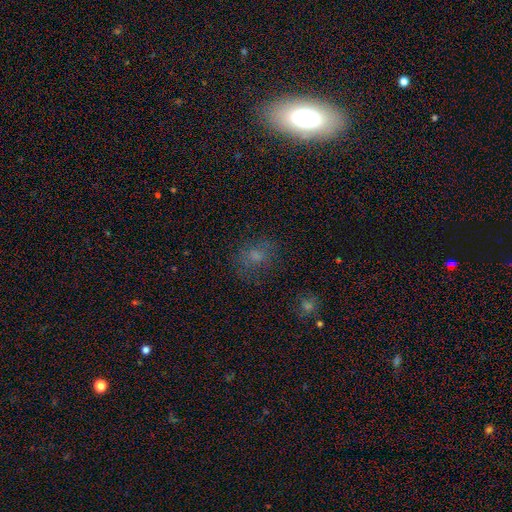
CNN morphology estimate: type=smooth (57%); roundness=round (55%); merging=none (69%).